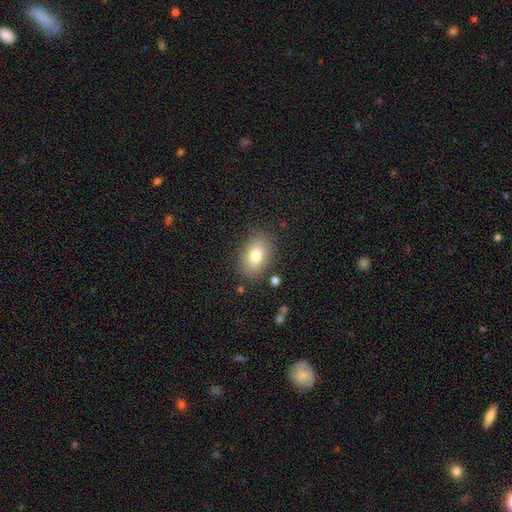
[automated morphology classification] Overall: smooth (79%). How rounded: in between (83%). Merging: none (84%).